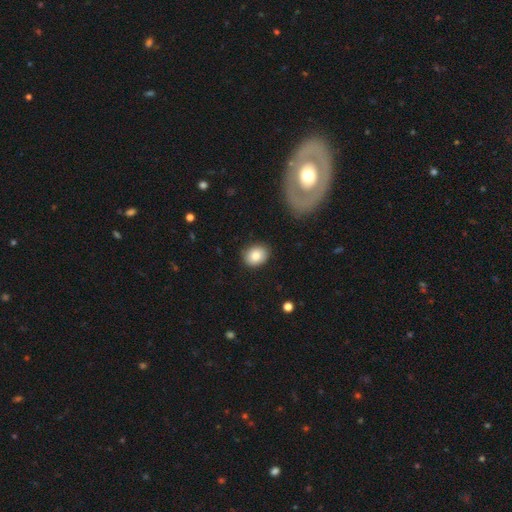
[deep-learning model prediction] Smooth or featured?
  - smooth: 84% *
  - star or artifact: 8%
  - featured or disk: 8%
How rounded?
  - round: 50% *
  - in between: 49%
  - cigar-shaped: 1%
Merging?
  - none: 86% *
  - minor disturbance: 10%
  - major disturbance: 2%
  - merger: 1%